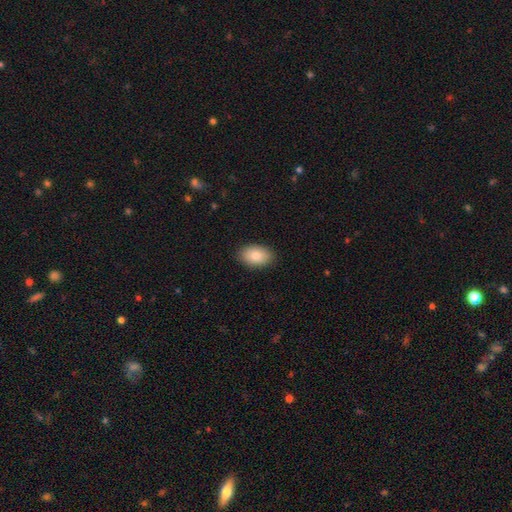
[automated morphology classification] This appears to be a smooth galaxy with no disk features (86%) that is in between round and cigar-shaped (91%). Merging: none (89%).